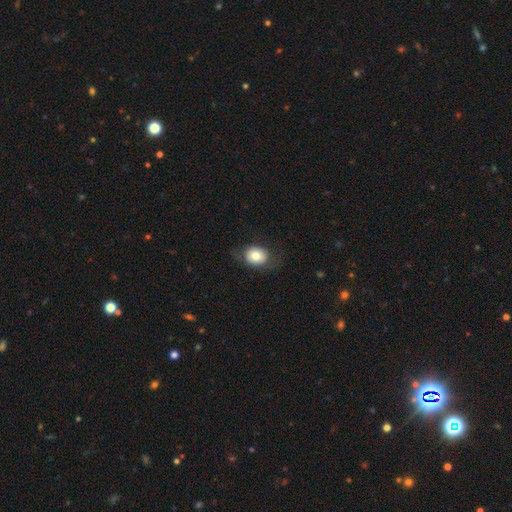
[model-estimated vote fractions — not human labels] This is likely a smooth galaxy (73%). How rounded: possibly in between (54%). Merging: likely none (73%).